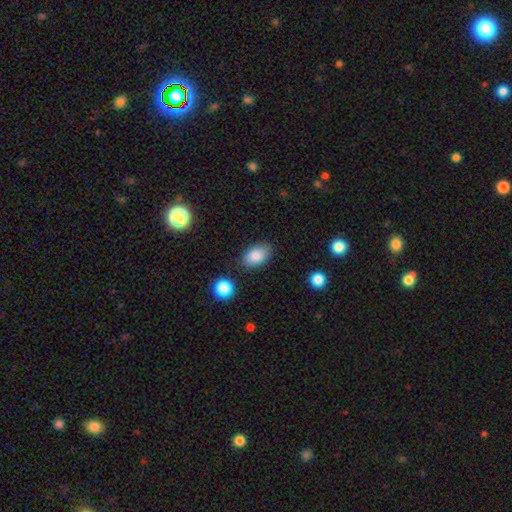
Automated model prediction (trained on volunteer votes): Smooth or featured?
  - smooth: 85% *
  - star or artifact: 8%
  - featured or disk: 7%
How rounded?
  - in between: 91% *
  - round: 8%
  - cigar-shaped: 2%
Merging?
  - none: 82% *
  - minor disturbance: 12%
  - merger: 3%
  - major disturbance: 3%